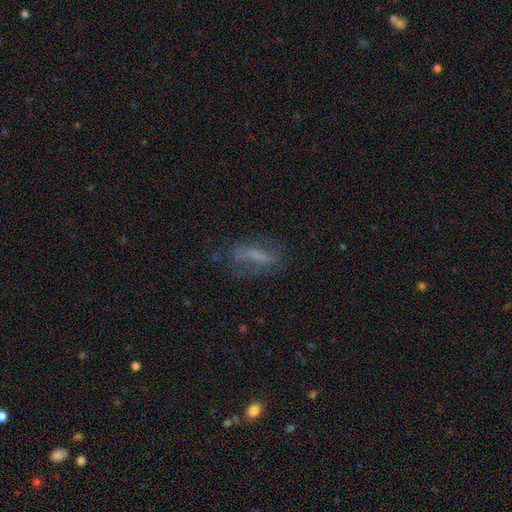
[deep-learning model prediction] smooth_or_featured: smooth (p=0.46) [alt: featured or disk p=0.40]
merging: none (p=0.60) [alt: minor disturbance p=0.21]